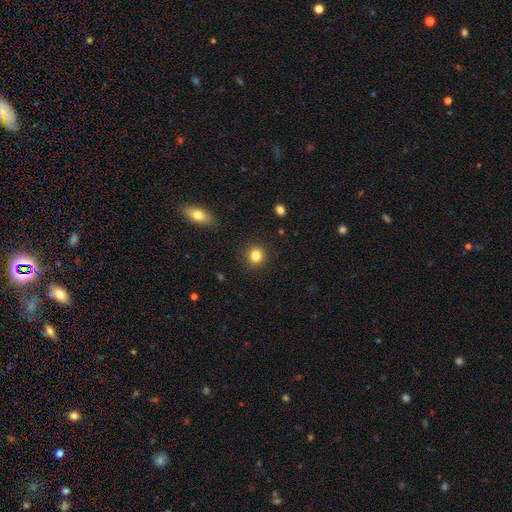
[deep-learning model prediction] Smooth or featured: smooth — 83% (star or artifact — 11%)
How rounded: round — 90% (in between — 9%)
Merging: none — 91% (minor disturbance — 6%)